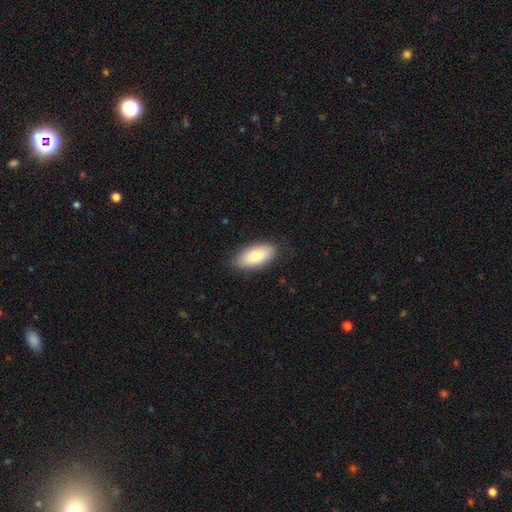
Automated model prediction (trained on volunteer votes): smooth-or-featured: smooth: 80% | featured or disk: 14% | star or artifact: 6%
  how-rounded: in between: 90% | cigar-shaped: 7% | round: 2%
  merging: none: 85% | minor disturbance: 12% | major disturbance: 2% | merger: 1%